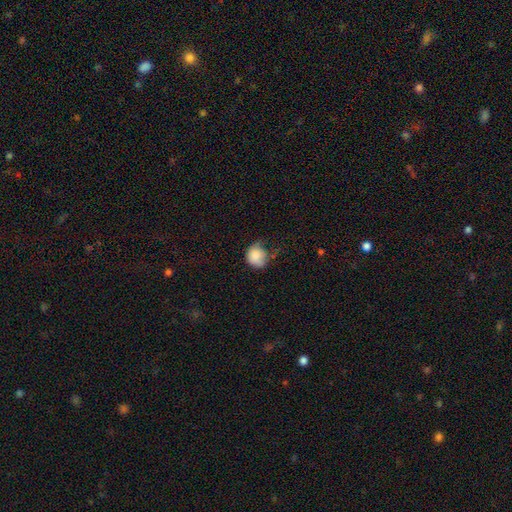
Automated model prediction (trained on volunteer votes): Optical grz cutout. It shows a smooth galaxy with no disk features (83%) that is round (77%). Merging: none (40%, tied with minor disturbance).